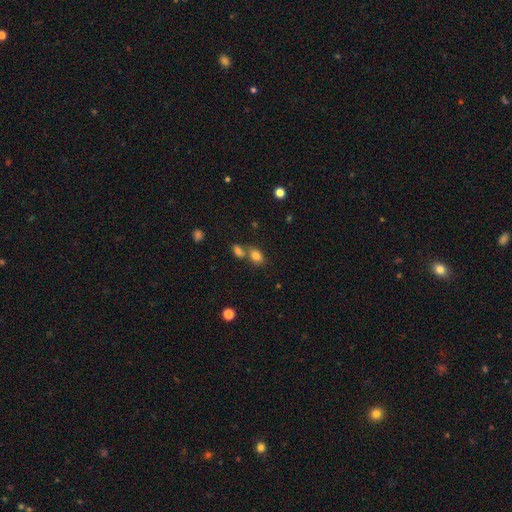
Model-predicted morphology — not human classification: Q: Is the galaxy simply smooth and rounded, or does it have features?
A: smooth — 80%.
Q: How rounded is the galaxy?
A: in between — 74%.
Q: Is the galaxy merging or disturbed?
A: none — 49%.